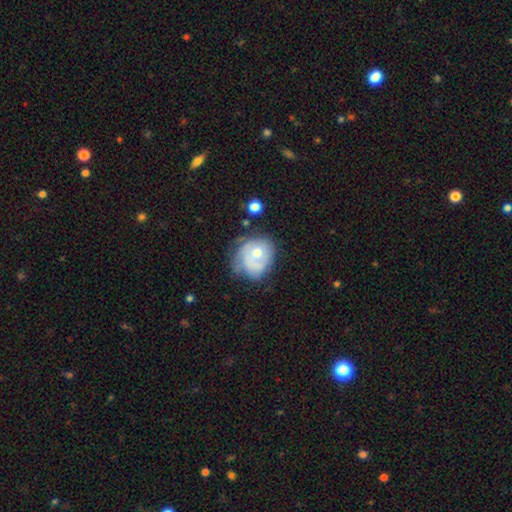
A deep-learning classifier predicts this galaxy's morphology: Smooth or featured?
  - smooth: 47% *
  - featured or disk: 45%
  - star or artifact: 8%
Merging?
  - none: 38% *
  - minor disturbance: 33%
  - major disturbance: 21%
  - merger: 8%